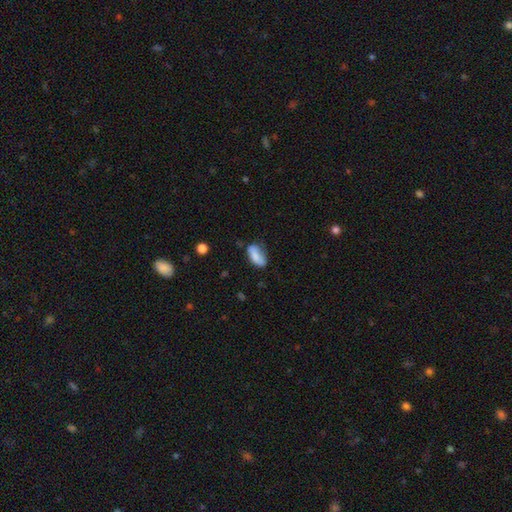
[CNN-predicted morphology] Smooth or featured: smooth — 75% (featured or disk — 17%)
How rounded: in between — 87% (cigar-shaped — 9%)
Merging: none — 54% (minor disturbance — 31%)